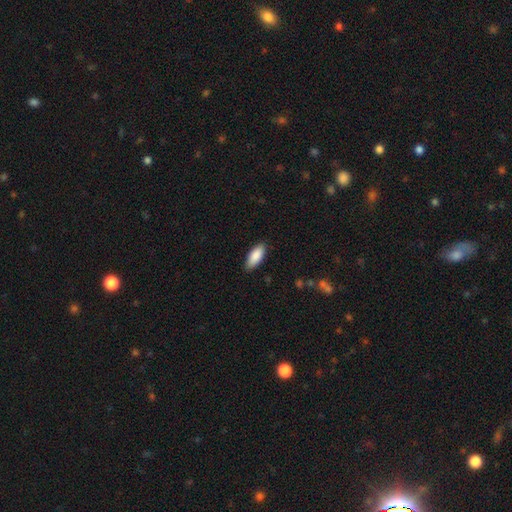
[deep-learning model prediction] Smooth or featured?
  - smooth: 88% *
  - featured or disk: 7%
  - star or artifact: 6%
How rounded?
  - in between: 82% *
  - cigar-shaped: 16%
  - round: 2%
Merging?
  - none: 86% *
  - minor disturbance: 11%
  - major disturbance: 2%
  - merger: 1%